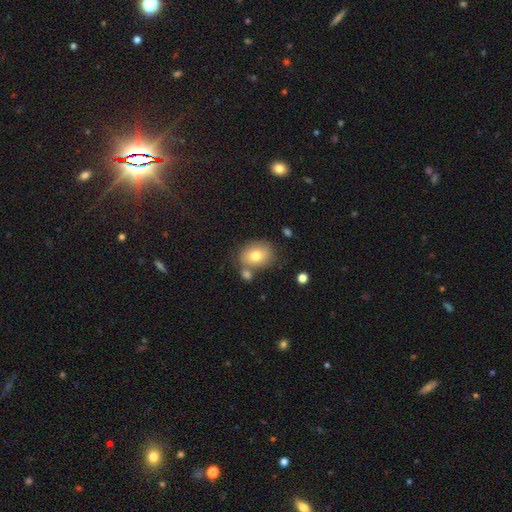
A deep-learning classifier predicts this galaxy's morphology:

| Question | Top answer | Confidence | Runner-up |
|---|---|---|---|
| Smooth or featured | smooth | 75% | featured or disk (16%) |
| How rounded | in between | 52% | round (47%) |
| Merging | none | 62% | merger (19%) |